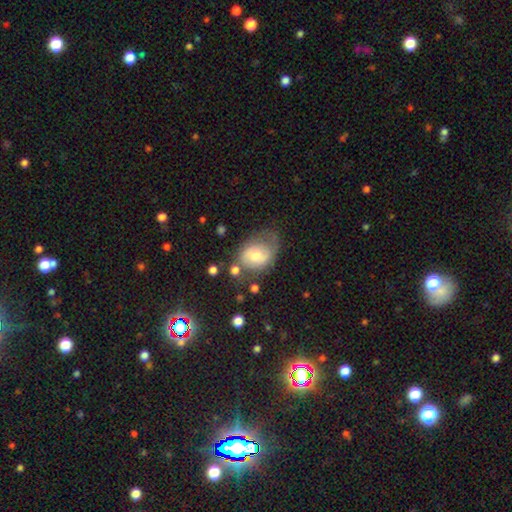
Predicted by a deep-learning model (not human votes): smooth-or-featured: smooth: 51% | featured or disk: 40% | star or artifact: 9%
  how-rounded: in between: 62% | round: 37% | cigar-shaped: 1%
  merging: none: 45% | minor disturbance: 30% | major disturbance: 20% | merger: 6%